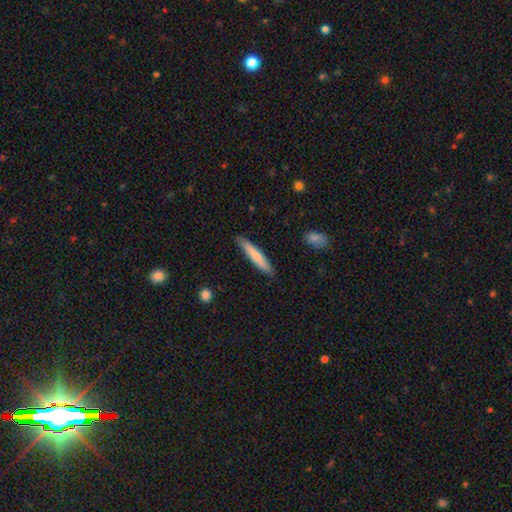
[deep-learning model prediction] Overall: smooth (74%). How rounded: cigar-shaped (92%). Merging: none (87%).